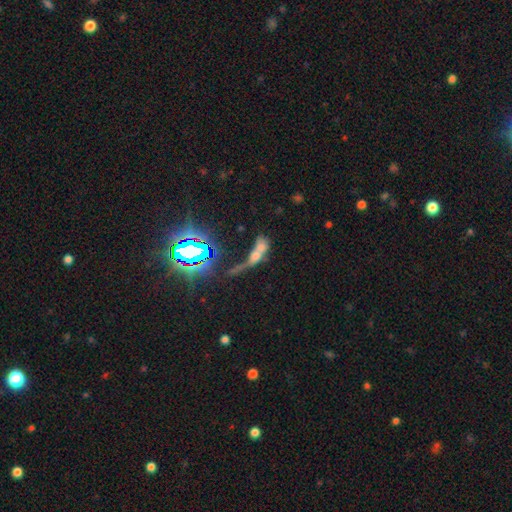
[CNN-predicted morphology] A smooth galaxy with no disk features (44%). Merging: merger (66%).